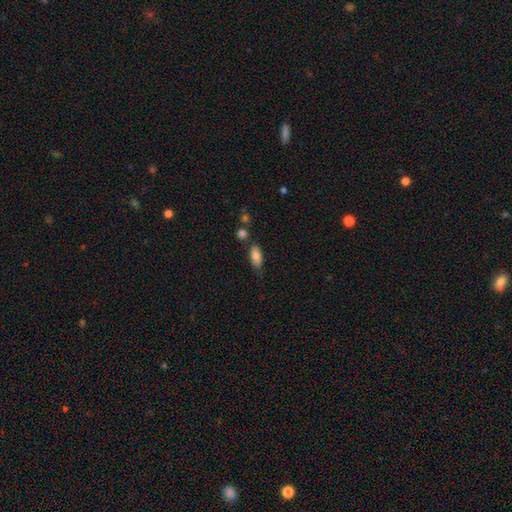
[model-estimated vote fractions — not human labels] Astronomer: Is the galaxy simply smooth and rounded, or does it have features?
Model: smooth — 82%.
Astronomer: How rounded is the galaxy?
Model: in between — 86%.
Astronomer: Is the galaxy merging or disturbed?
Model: none — 62%.